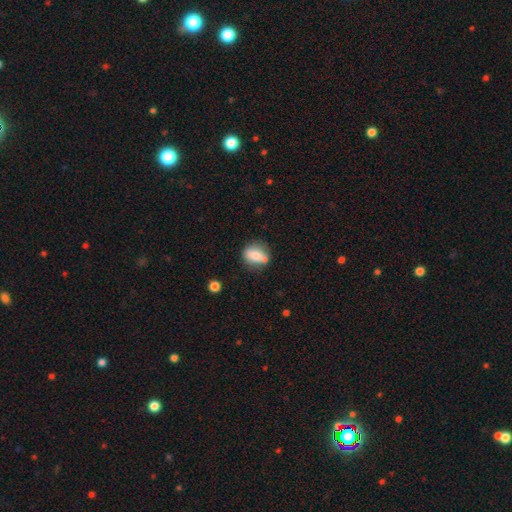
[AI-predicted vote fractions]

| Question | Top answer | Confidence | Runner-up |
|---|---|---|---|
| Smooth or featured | smooth | 67% | featured or disk (25%) |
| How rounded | in between | 53% | round (42%) |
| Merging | none | 69% | minor disturbance (19%) |